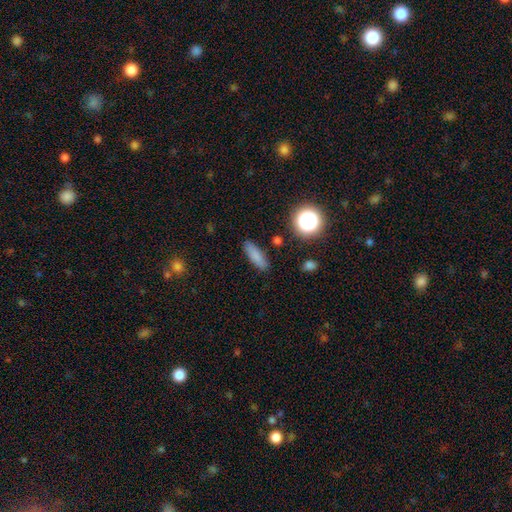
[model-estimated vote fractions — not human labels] Smooth or featured: smooth — 80% (star or artifact — 11%)
How rounded: cigar-shaped — 50% (in between — 45%)
Merging: none — 87% (minor disturbance — 9%)